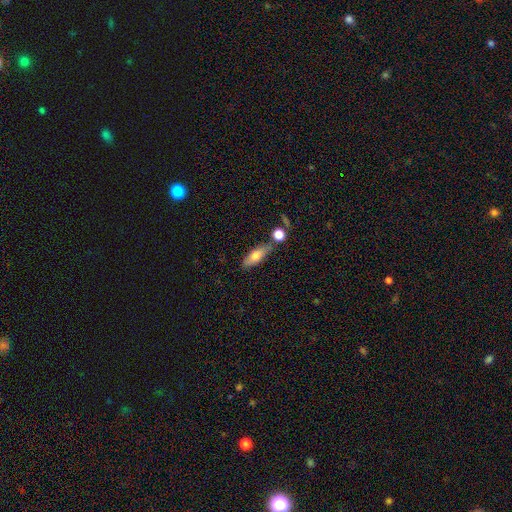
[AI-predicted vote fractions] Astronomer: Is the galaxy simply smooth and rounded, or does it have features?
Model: smooth — 68%.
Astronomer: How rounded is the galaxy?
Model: in between — 59% (runner-up: cigar-shaped, 37%).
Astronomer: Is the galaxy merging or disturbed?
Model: none — 70%.